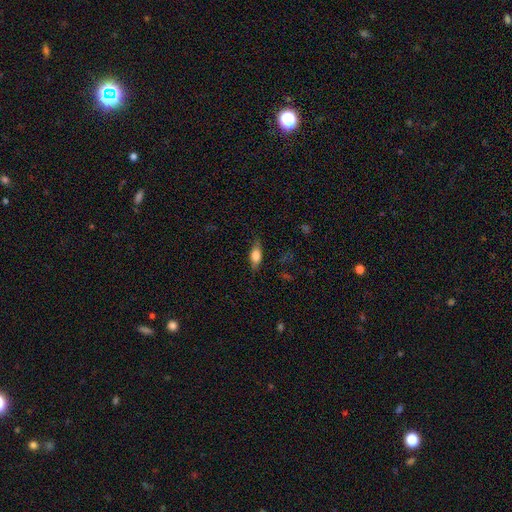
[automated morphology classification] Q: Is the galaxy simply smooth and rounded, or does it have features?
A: smooth — 73%.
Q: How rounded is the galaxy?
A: in between — 76%.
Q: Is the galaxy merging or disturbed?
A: none — 75%.